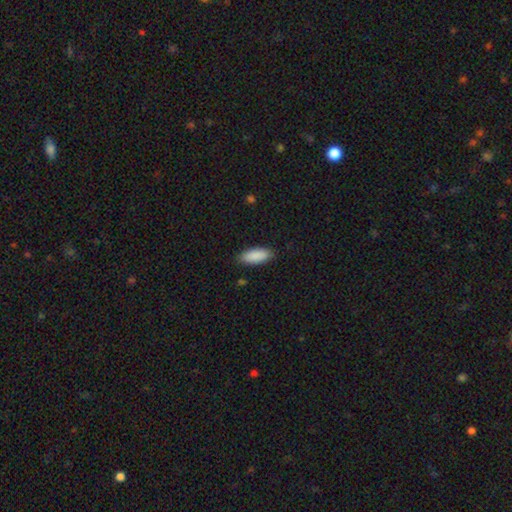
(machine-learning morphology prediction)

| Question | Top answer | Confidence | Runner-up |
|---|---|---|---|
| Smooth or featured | smooth | 90% | star or artifact (6%) |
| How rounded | in between | 81% | cigar-shaped (17%) |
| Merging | none | 87% | minor disturbance (10%) |